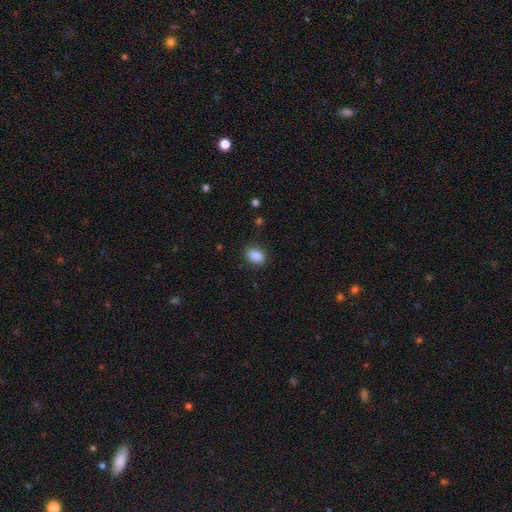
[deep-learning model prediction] smooth-or-featured: smooth: 89% | star or artifact: 8% | featured or disk: 3%
  how-rounded: in between: 81% | round: 18% | cigar-shaped: 1%
  merging: none: 86% | minor disturbance: 10% | major disturbance: 3% | merger: 1%